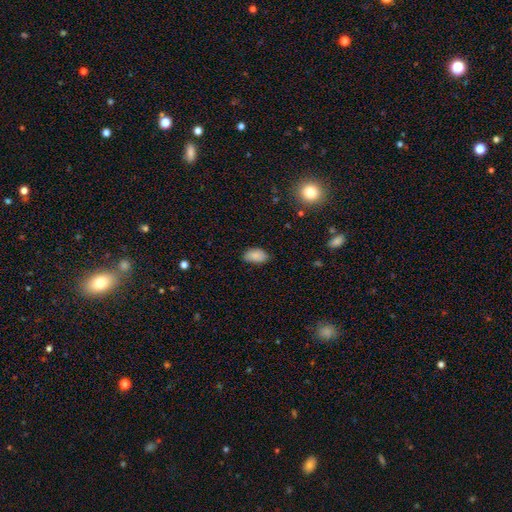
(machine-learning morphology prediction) smooth 86%, star or artifact 8%, featured or disk 6%. Down the decision tree: how rounded — in between (93%); merging — none (74%).